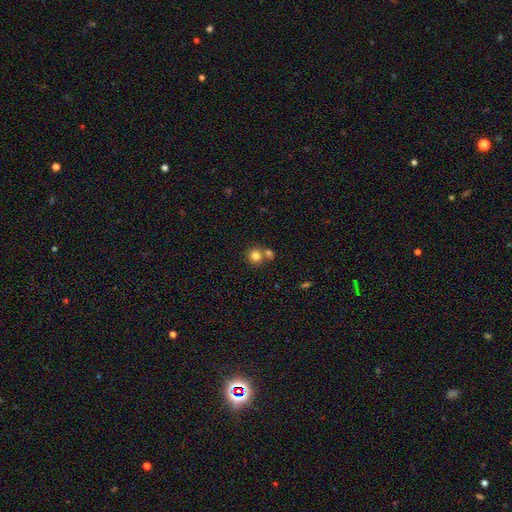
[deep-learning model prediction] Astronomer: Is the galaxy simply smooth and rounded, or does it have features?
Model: smooth — 81%.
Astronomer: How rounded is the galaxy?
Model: round — 88%.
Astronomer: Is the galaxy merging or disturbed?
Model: none — 58%.